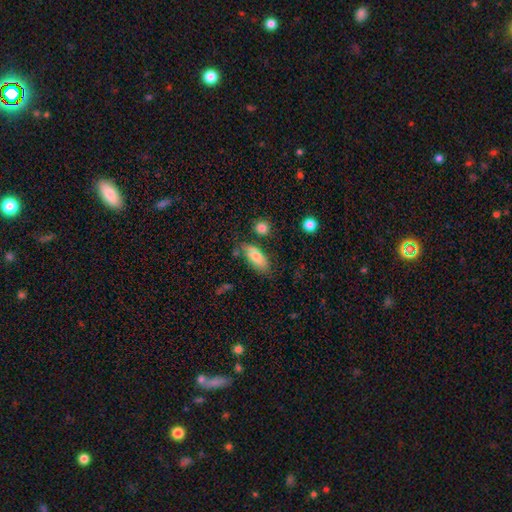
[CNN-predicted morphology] Smooth or featured?
  - smooth: 78% *
  - featured or disk: 15%
  - star or artifact: 7%
How rounded?
  - in between: 82% *
  - cigar-shaped: 15%
  - round: 3%
Merging?
  - none: 66% *
  - minor disturbance: 22%
  - merger: 7%
  - major disturbance: 6%